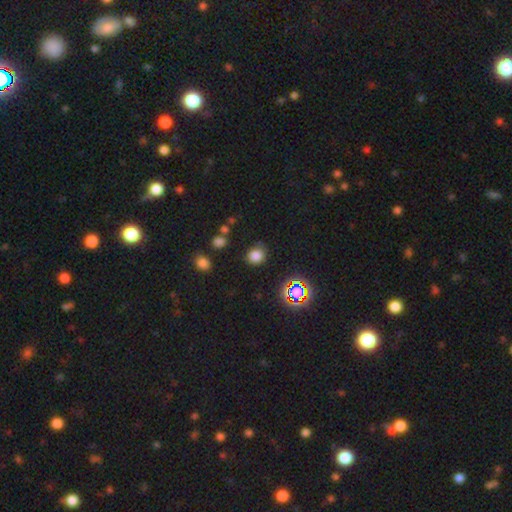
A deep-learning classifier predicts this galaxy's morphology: Q: Smooth or featured?
A: smooth (77%); runner-up: star or artifact (18%)
Q: How rounded?
A: round (79%); runner-up: in between (20%)
Q: Merging?
A: none (79%); runner-up: minor disturbance (14%)